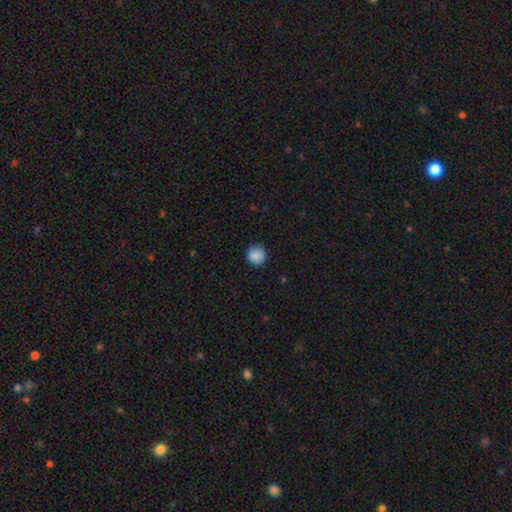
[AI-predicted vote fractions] Smooth or featured: smooth — 88% (star or artifact — 8%)
How rounded: round — 91% (in between — 8%)
Merging: none — 86% (minor disturbance — 11%)